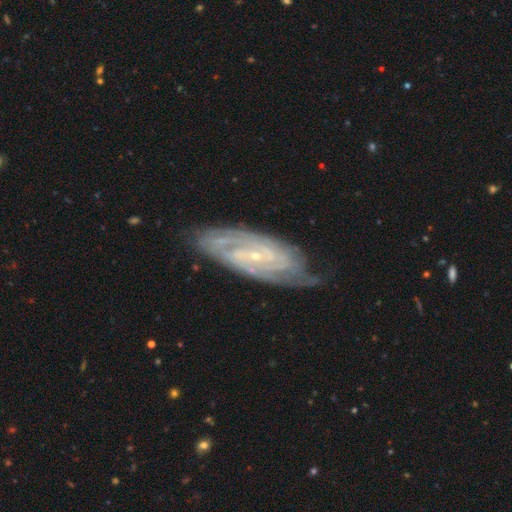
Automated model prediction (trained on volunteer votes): The model was most divided on "spiral arm count": 2: 33%, can't tell: 30%, 3: 15%, 4: 11%, more than 4: 6%, 1: 5%. Remaining: spiral arms — yes (95%); edge-on disk — no (90%); smooth or featured — featured or disk (86%); bulge size — small (84%); merging — none (74%); spiral winding — tight (63%); bar — no (45%).